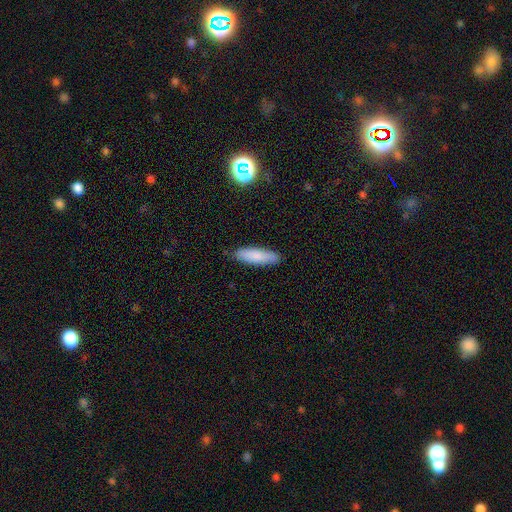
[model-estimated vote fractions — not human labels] A smooth galaxy with no disk features (82%) that is cigar-shaped (59%).

Vote fractions:
- Smooth or featured? smooth: 82% / featured or disk: 11% / star or artifact: 7%
- How rounded? cigar-shaped: 59% / in between: 39% / round: 2%
- Merging? none: 87% / minor disturbance: 10% / major disturbance: 2% / merger: 1%